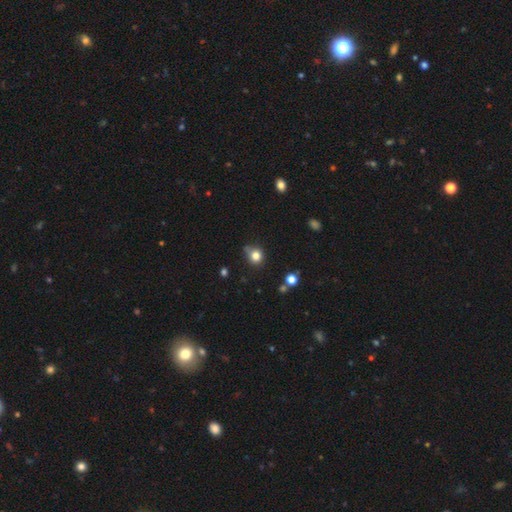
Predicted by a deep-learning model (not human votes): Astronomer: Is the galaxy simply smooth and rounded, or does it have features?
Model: smooth — 80%.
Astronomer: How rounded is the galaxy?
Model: round — 80%.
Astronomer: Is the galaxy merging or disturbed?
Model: none — 64%.